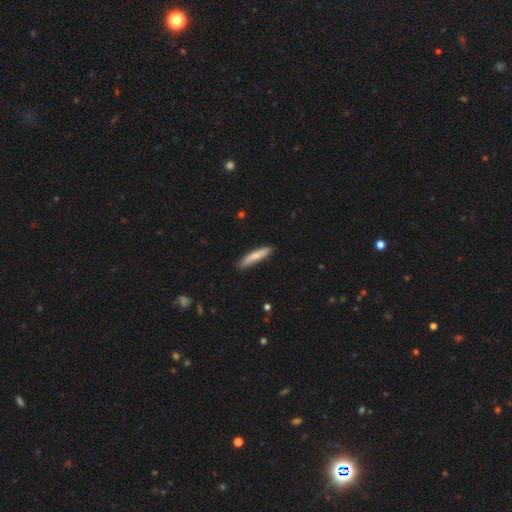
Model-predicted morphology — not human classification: A smooth galaxy with no disk features (70%) that is cigar-shaped (89%).

Vote fractions:
- Smooth or featured? smooth: 70% / featured or disk: 25% / star or artifact: 5%
- How rounded? cigar-shaped: 89% / in between: 10% / round: 1%
- Merging? none: 84% / minor disturbance: 12% / major disturbance: 2% / merger: 2%